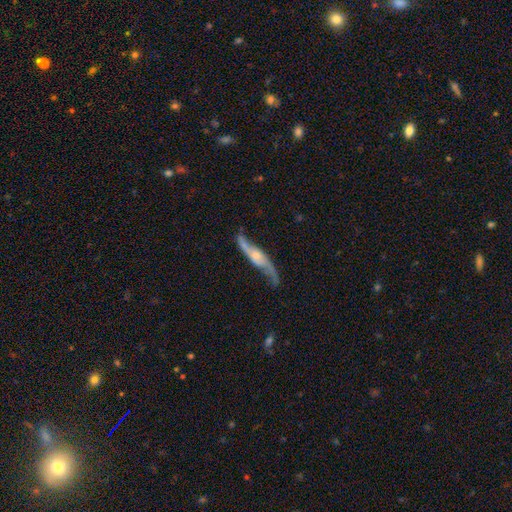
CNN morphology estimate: Smooth or featured? Predicted: featured or disk (p=0.83). Edge-on disk? Predicted: no (p=0.66). Bar? Predicted: no (p=0.57). Spiral arms? Predicted: yes (p=0.94). Spiral winding? Predicted: loose (p=0.81). Spiral arm count? Predicted: 2 (p=0.92). Bulge size? Predicted: small (p=0.43). Merging? Predicted: none (p=0.67).